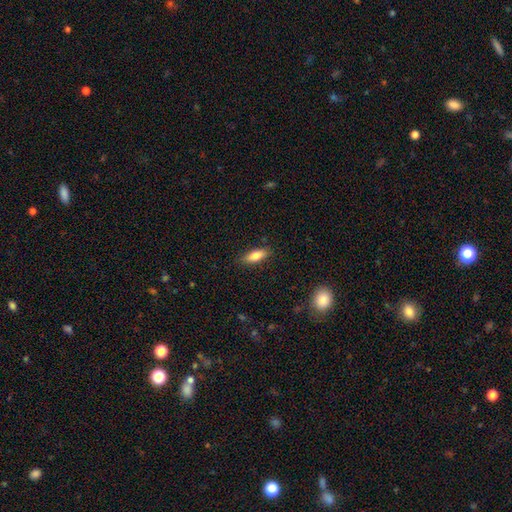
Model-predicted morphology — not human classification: Smooth or featured? smooth (81%)
How rounded? in between (70%)
Merging? none (86%)